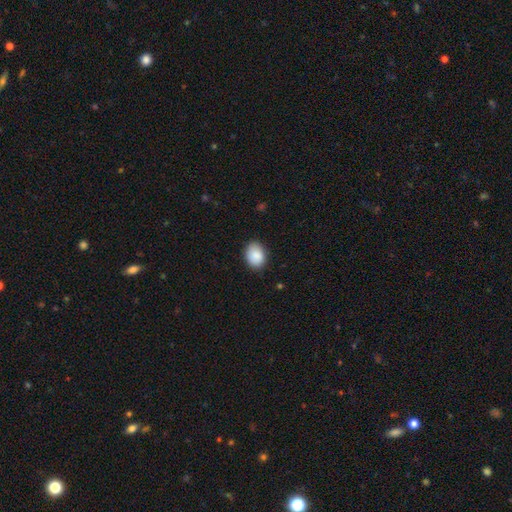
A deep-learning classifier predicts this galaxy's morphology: This appears to be a smooth galaxy with no disk features (89%) that is in between round and cigar-shaped (71%). Merging: none (84%).